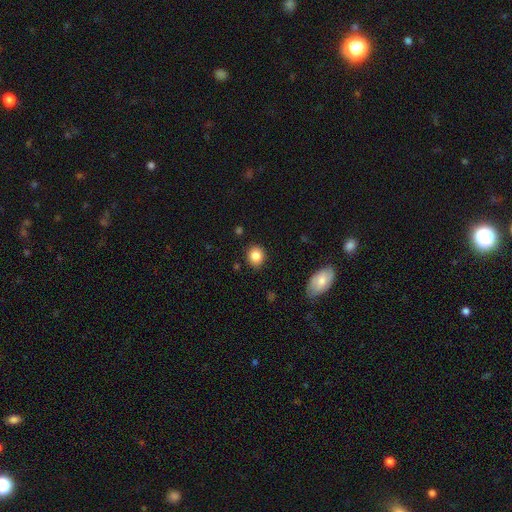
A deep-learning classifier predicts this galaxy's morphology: Smooth or featured: smooth — 84% (star or artifact — 10%)
How rounded: round — 71% (in between — 27%)
Merging: none — 88% (minor disturbance — 8%)